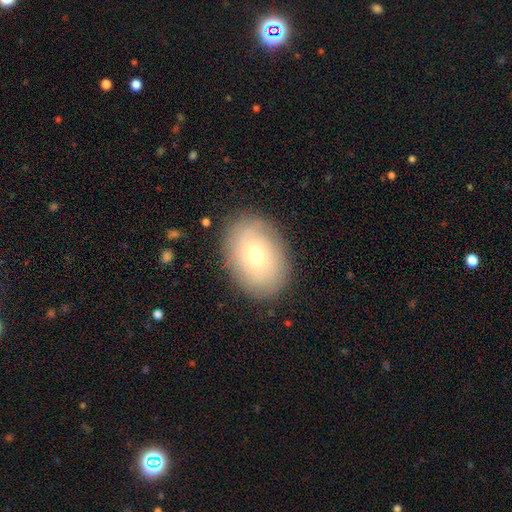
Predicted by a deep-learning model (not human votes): A smooth galaxy with no disk features (61%) that is in between round and cigar-shaped (77%).

Vote fractions:
- Smooth or featured? smooth: 61% / featured or disk: 30% / star or artifact: 9%
- How rounded? in between: 77% / round: 22% / cigar-shaped: 1%
- Merging? none: 85% / minor disturbance: 11% / major disturbance: 4% / merger: 1%